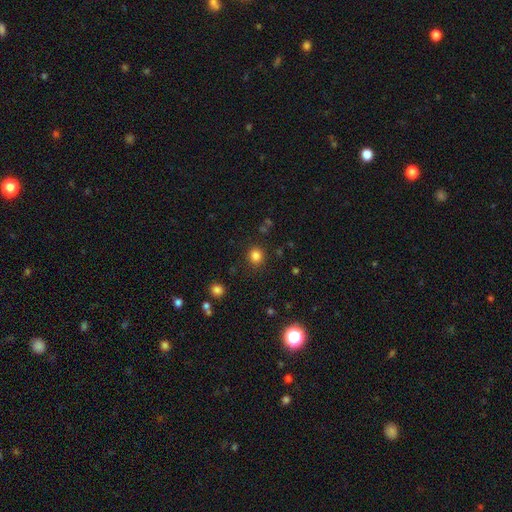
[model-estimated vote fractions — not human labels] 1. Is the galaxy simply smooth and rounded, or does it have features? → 83% smooth, 13% star or artifact, 4% featured or disk.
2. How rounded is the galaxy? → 87% round, 12% in between, 1% cigar-shaped.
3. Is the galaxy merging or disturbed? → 89% none, 7% minor disturbance, 3% major disturbance, 2% merger.